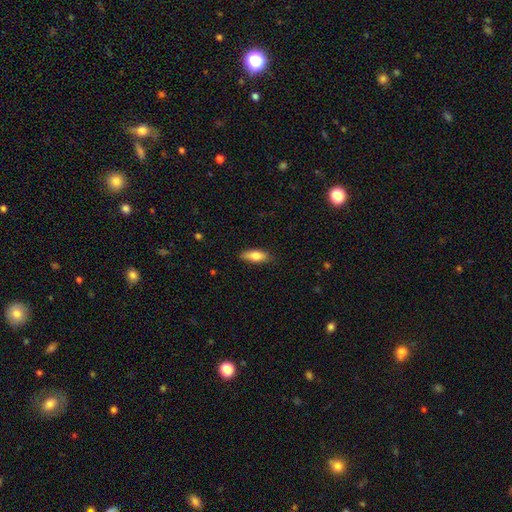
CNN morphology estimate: A smooth galaxy with no disk features (75%) that is in between round and cigar-shaped (68%). Merging: none (81%).